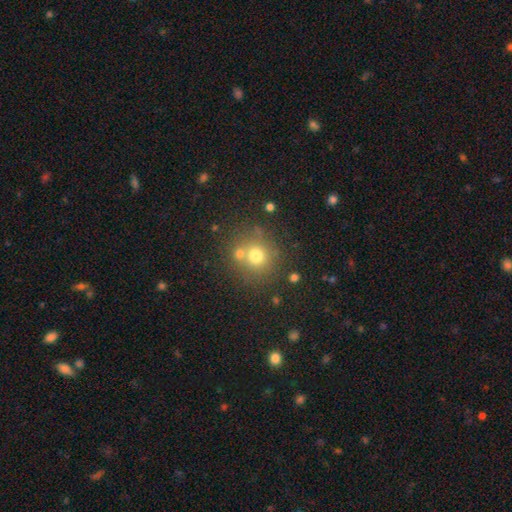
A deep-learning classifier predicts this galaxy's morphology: A smooth galaxy with no disk features (71%) that is round (89%). Merging: none (65%).